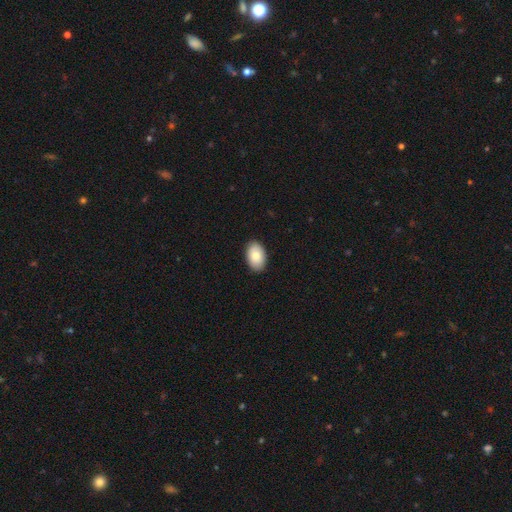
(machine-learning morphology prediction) The model was most divided on "smooth or featured": smooth: 85%, featured or disk: 9%, star or artifact: 6%. More confident: how rounded — in between (92%); merging — none (90%).